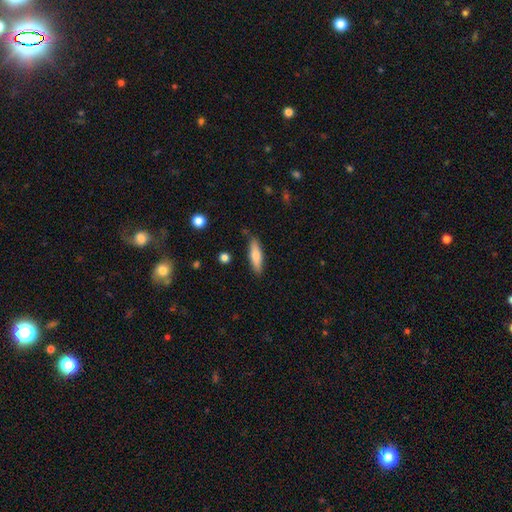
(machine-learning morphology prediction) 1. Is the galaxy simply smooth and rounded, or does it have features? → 73% smooth, 21% featured or disk, 6% star or artifact.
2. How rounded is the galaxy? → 68% cigar-shaped, 30% in between, 2% round.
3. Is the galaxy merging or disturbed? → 81% none, 14% minor disturbance, 3% major disturbance, 2% merger.